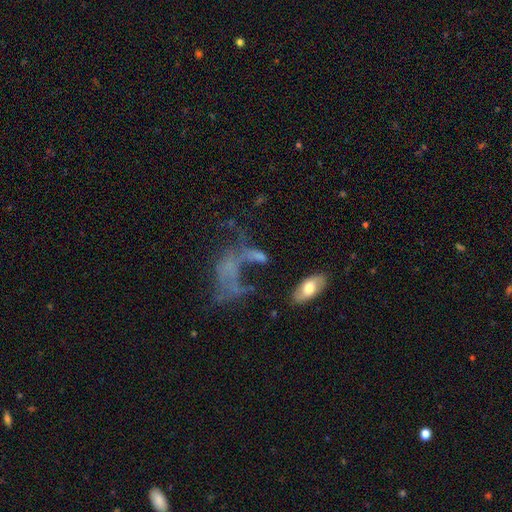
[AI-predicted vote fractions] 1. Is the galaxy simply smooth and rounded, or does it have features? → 48% smooth, 36% featured or disk, 16% star or artifact.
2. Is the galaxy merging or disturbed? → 34% major disturbance (tied), 34% merger (tied), 21% none, 10% minor disturbance.